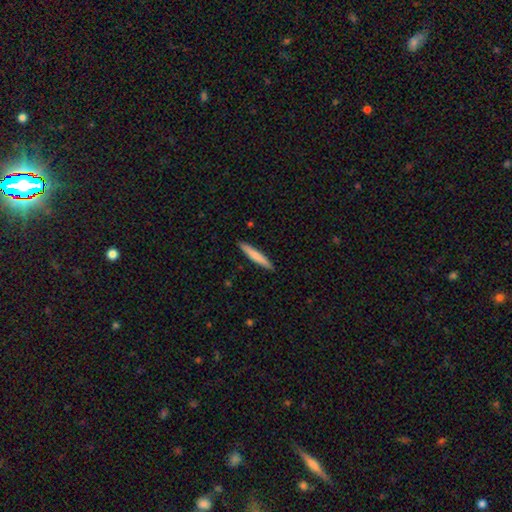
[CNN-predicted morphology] This appears to be a smooth galaxy with no disk features (75%) that is cigar-shaped (94%). Merging: none (91%).